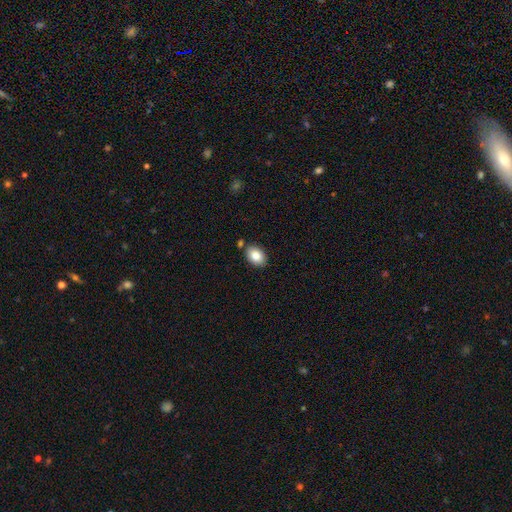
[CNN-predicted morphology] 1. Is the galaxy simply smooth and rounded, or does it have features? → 84% smooth, 8% featured or disk, 8% star or artifact.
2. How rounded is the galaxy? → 79% in between, 20% round, 1% cigar-shaped.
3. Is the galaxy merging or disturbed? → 81% none, 11% minor disturbance, 6% merger, 2% major disturbance.